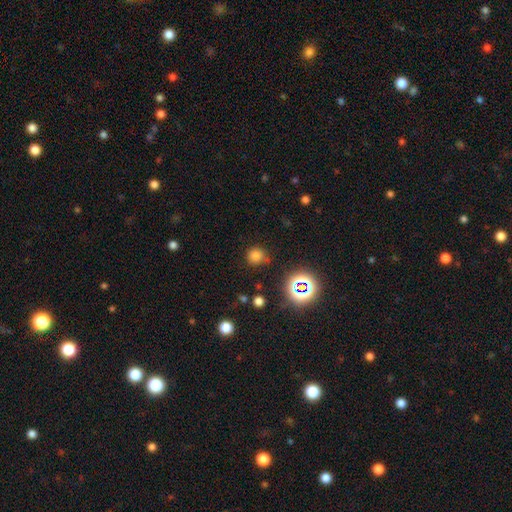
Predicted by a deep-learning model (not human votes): This appears to be a smooth galaxy with no disk features (71%) that is round (89%). Merging: none (77%).